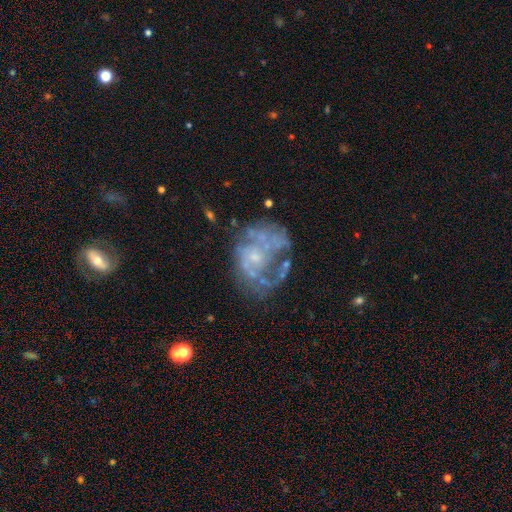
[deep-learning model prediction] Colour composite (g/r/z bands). It shows a featured or disk galaxy (76%) with no bar (78%), spiral arms (64%) and a small central bulge (56%). Merging: none (44%).